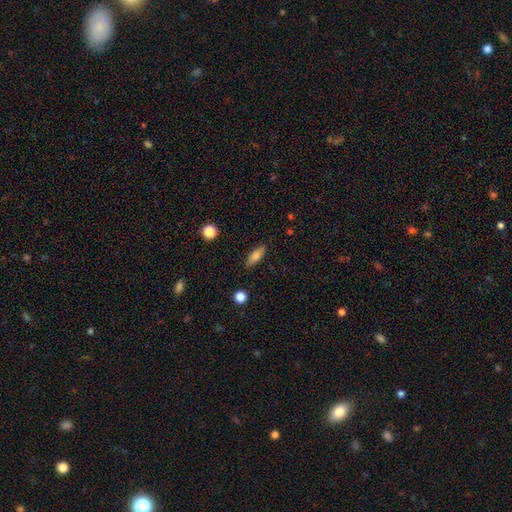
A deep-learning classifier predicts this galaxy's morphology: Q: Smooth or featured?
A: smooth (77%); runner-up: featured or disk (16%)
Q: How rounded?
A: in between (64%); runner-up: cigar-shaped (33%)
Q: Merging?
A: none (87%); runner-up: minor disturbance (9%)